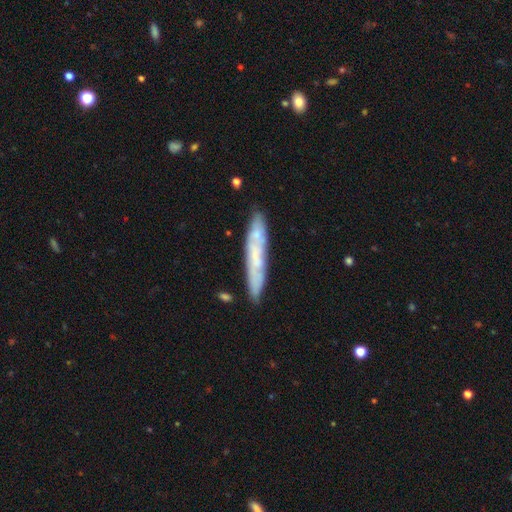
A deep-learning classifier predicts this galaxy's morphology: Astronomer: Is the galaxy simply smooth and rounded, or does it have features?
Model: featured or disk — 48% (runner-up: smooth, 44%).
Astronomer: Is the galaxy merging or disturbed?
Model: none — 81%.